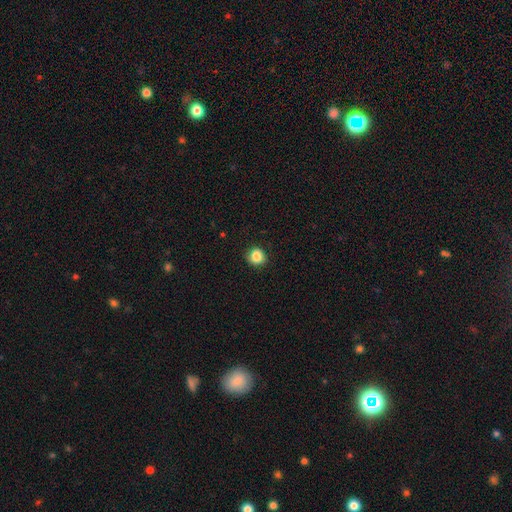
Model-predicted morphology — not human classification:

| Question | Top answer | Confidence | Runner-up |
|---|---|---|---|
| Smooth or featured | smooth | 86% | star or artifact (10%) |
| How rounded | round | 83% | in between (16%) |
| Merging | none | 87% | minor disturbance (10%) |